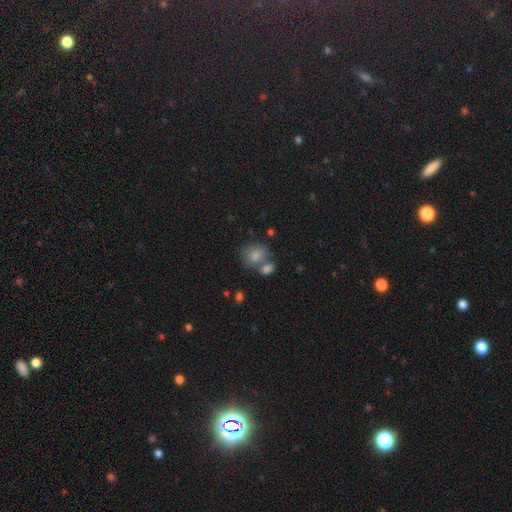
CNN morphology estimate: A smooth galaxy with no disk features (80%) that is round (55%). Merging: none (42%).